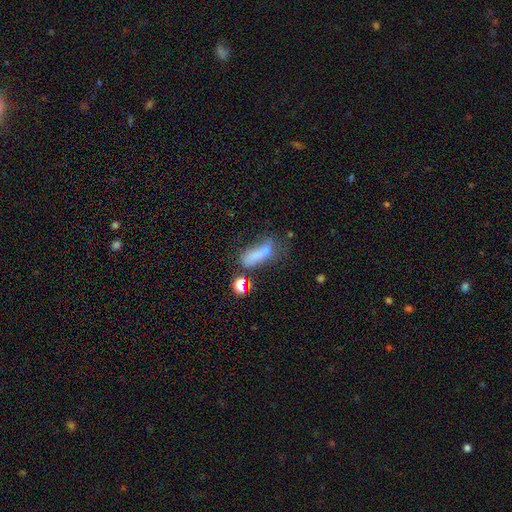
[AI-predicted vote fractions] Smooth or featured? smooth (62%)
How rounded? in between (62%)
Merging? merger (34%)